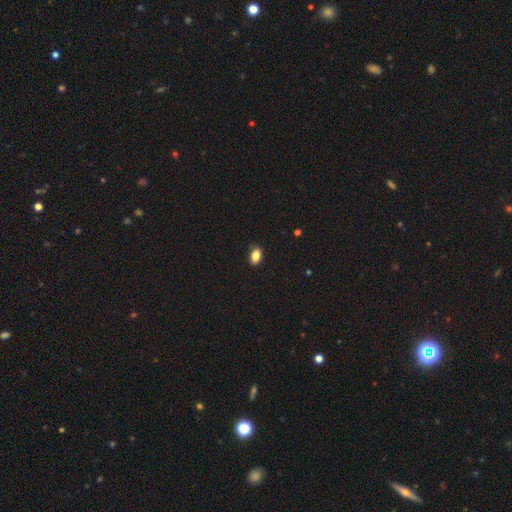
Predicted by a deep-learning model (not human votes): Q: Smooth or featured?
A: smooth (84%); runner-up: star or artifact (9%)
Q: How rounded?
A: in between (87%); runner-up: round (10%)
Q: Merging?
A: none (80%); runner-up: minor disturbance (16%)